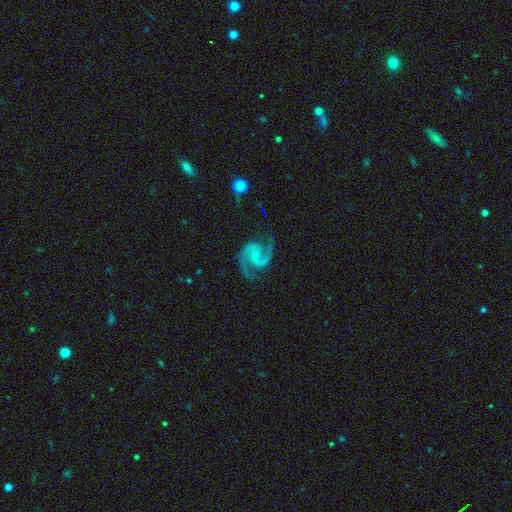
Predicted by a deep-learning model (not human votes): A featured or disk galaxy (93%) with no bar (51%), 2 (93%) medium (67%) spiral arms (99%) and a small central bulge (65%).

Vote fractions:
- Smooth or featured? featured or disk: 93% / star or artifact: 4% / smooth: 3%
- Edge-on disk? no: 98% / yes: 2%
- Bar? no: 51% / weak: 39% / strong: 10%
- Spiral arms? yes: 99% / no: 1%
- Spiral winding? medium: 67% / tight: 18% / loose: 15%
- Spiral arm count? 2: 93% / 3: 2% / can't tell: 1% / 1: 1% / 4: 1% / more than 4: 1%
- Bulge size? small: 65% / moderate: 20% / none: 13% / large: 1% / dominant: 1%
- Merging? none: 79% / minor disturbance: 14% / major disturbance: 5% / merger: 2%